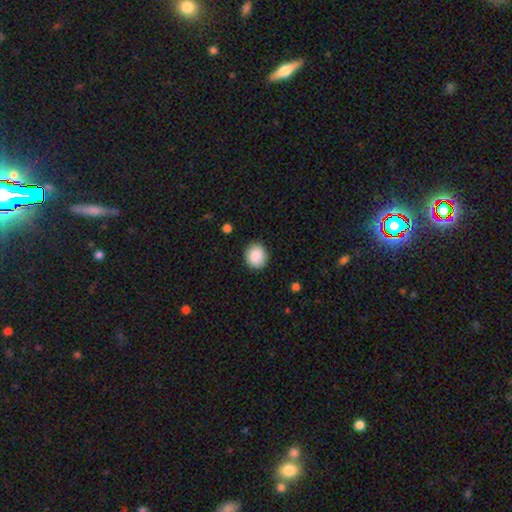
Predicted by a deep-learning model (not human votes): The model was most divided on "how rounded": round: 80%, in between: 19%, cigar-shaped: 1%. More confident: merging — none (89%); smooth or featured — smooth (88%).